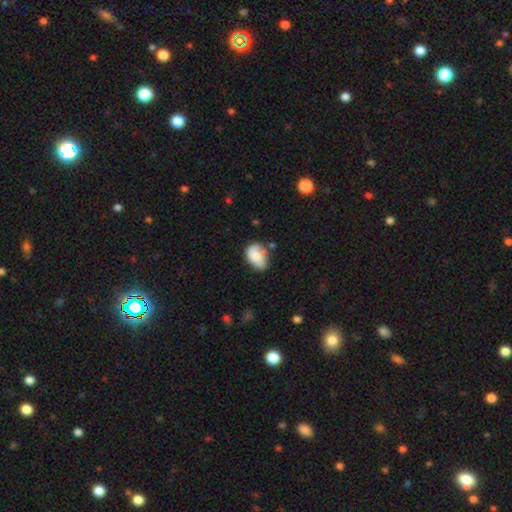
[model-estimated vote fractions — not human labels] Smooth or featured? Predicted: smooth (p=0.69). How rounded? Predicted: in between (p=0.81). Merging? Predicted: none (p=0.48).